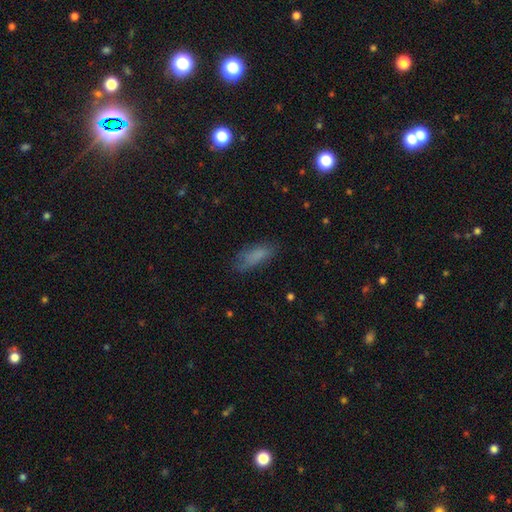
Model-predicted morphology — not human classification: smooth_or_featured: smooth (p=0.79) [alt: featured or disk p=0.11]
how_rounded: in between (p=0.70) [alt: cigar-shaped p=0.28]
merging: none (p=0.66) [alt: minor disturbance p=0.23]